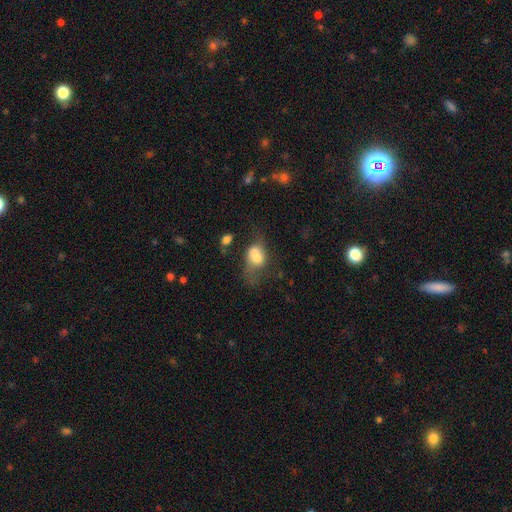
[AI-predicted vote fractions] Q: Smooth or featured?
A: smooth (62%); runner-up: featured or disk (27%)
Q: How rounded?
A: in between (74%); runner-up: round (23%)
Q: Merging?
A: merger (41%); runner-up: major disturbance (21%)